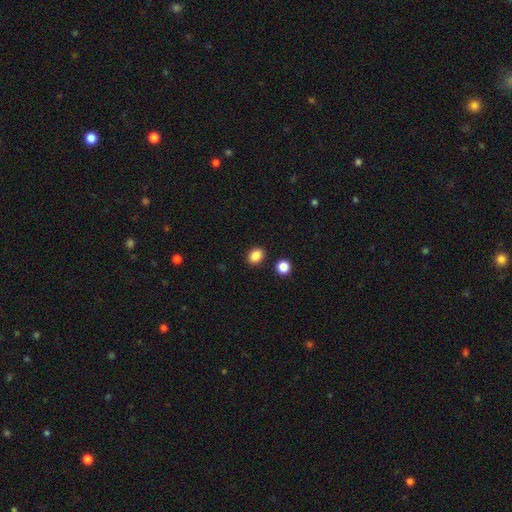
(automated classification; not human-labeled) Smooth or featured?
  - smooth: 86% *
  - star or artifact: 10%
  - featured or disk: 4%
How rounded?
  - in between: 53% *
  - round: 46%
  - cigar-shaped: 1%
Merging?
  - none: 87% *
  - minor disturbance: 7%
  - merger: 3%
  - major disturbance: 2%